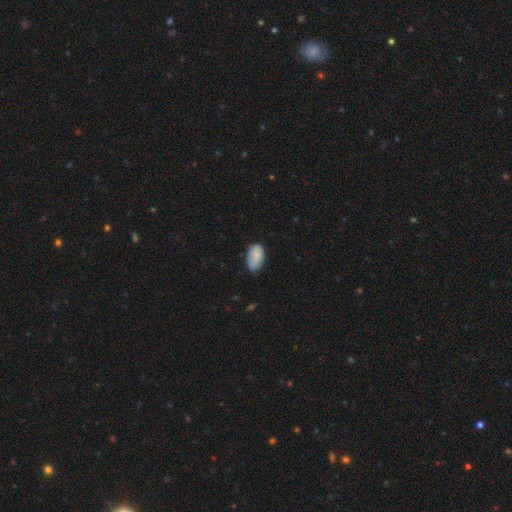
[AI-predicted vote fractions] This is likely a smooth galaxy (78%). How rounded: clearly in between (93%). Merging: likely none (63%).